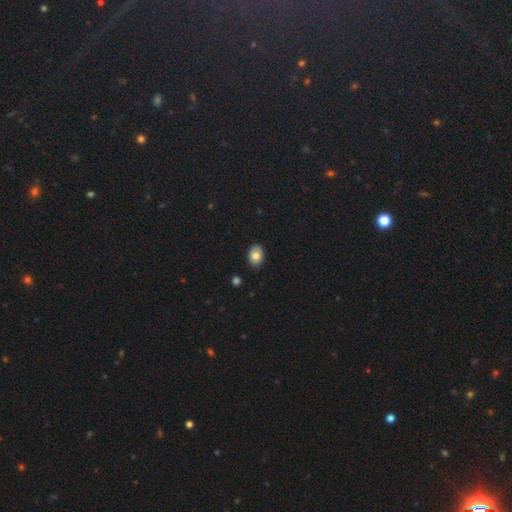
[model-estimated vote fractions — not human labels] This appears to be a smooth galaxy with no disk features (81%) that is in between round and cigar-shaped (76%). Merging: none (88%).